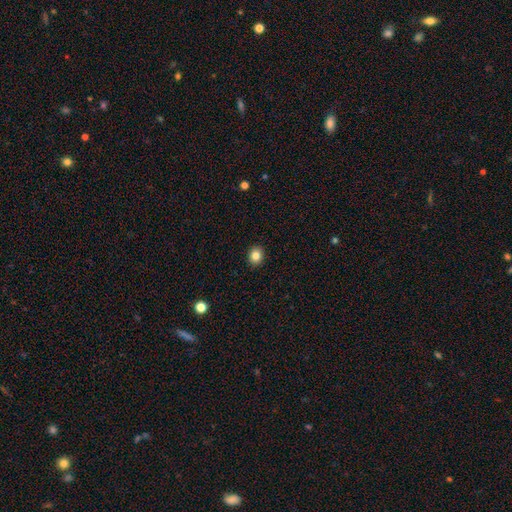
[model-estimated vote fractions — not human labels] Smooth or featured? smooth (84%)
How rounded? round (65%)
Merging? none (92%)